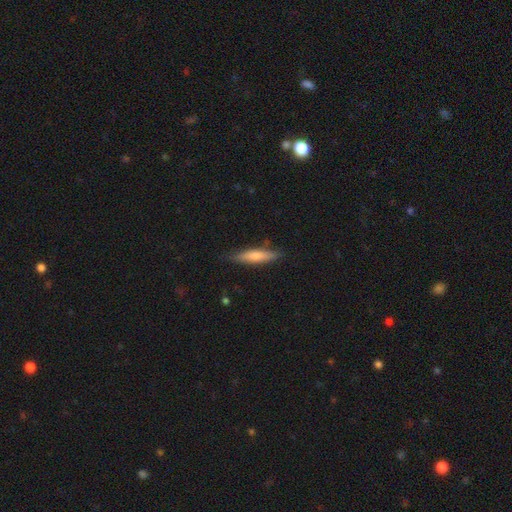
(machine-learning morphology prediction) A smooth galaxy with no disk features (70%) that is cigar-shaped (79%). Merging: none (81%).